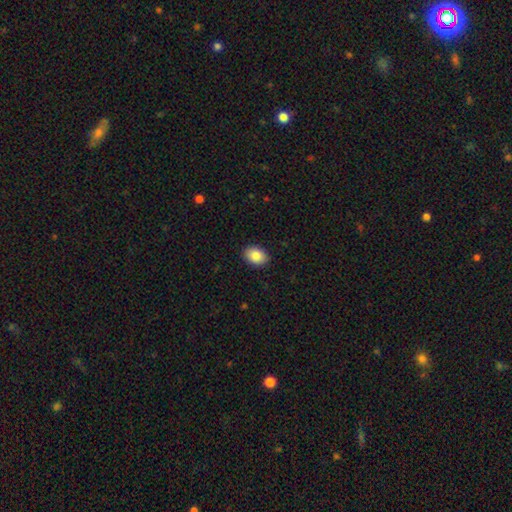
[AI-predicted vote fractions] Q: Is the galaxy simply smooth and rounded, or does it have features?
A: smooth — 88%.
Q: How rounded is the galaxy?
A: in between — 78%.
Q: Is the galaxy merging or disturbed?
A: none — 90%.